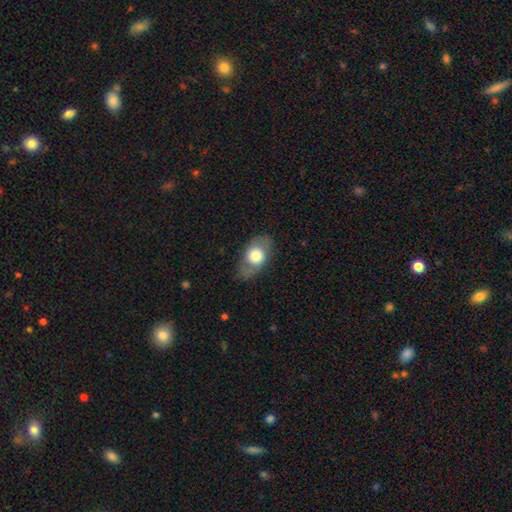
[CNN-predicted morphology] smooth 62%, featured or disk 31%, star or artifact 7%. Down the decision tree: how rounded — in between (78%); merging — none (77%).